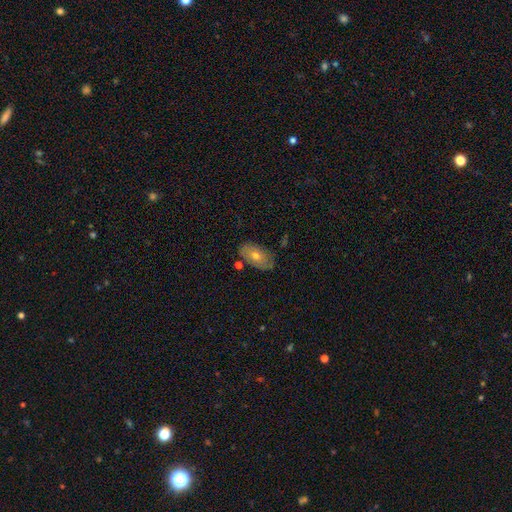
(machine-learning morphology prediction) smooth_or_featured: smooth (p=0.58) [alt: featured or disk p=0.34]
how_rounded: in between (p=0.91) [alt: round p=0.07]
merging: none (p=0.77) [alt: minor disturbance p=0.15]